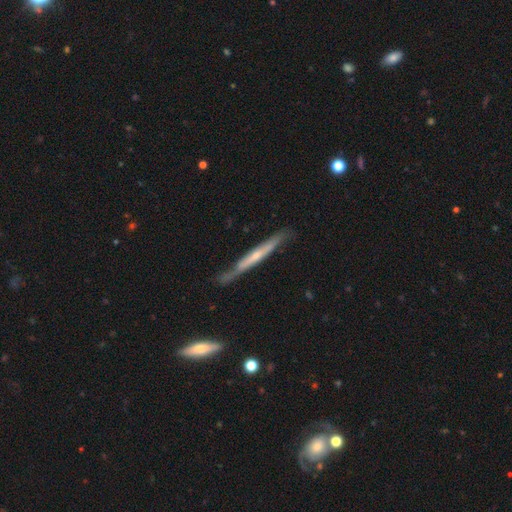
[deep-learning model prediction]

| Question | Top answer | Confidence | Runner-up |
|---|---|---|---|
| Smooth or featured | featured or disk | 66% | smooth (29%) |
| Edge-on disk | yes | 93% | no (7%) |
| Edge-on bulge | none | 49% | rounded (45%) |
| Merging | none | 73% | minor disturbance (21%) |